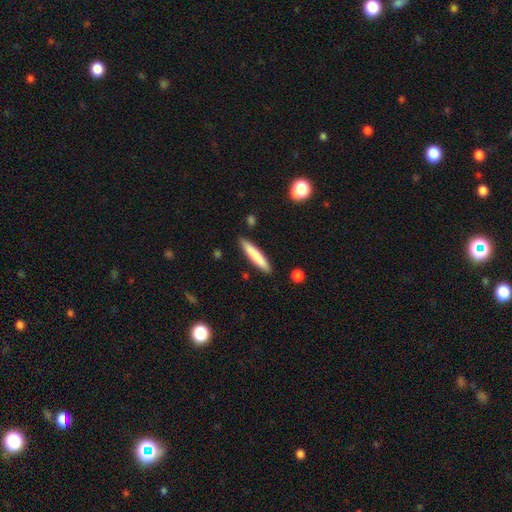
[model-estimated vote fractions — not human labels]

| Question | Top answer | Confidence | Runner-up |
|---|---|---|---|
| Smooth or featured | smooth | 79% | featured or disk (15%) |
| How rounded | cigar-shaped | 91% | in between (8%) |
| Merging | none | 88% | minor disturbance (8%) |